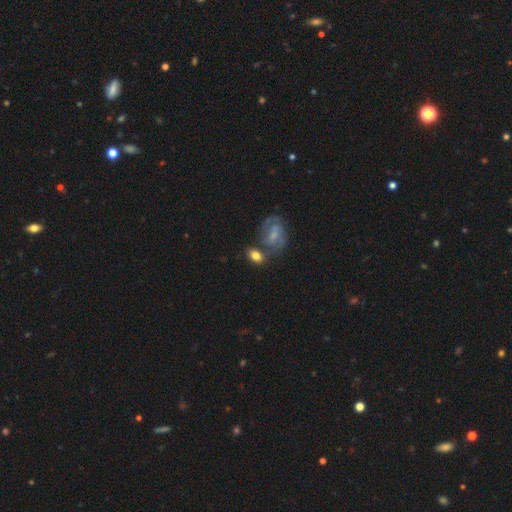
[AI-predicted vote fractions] A smooth galaxy with no disk features (68%) that is in between round and cigar-shaped (72%). Merging: none (52%).